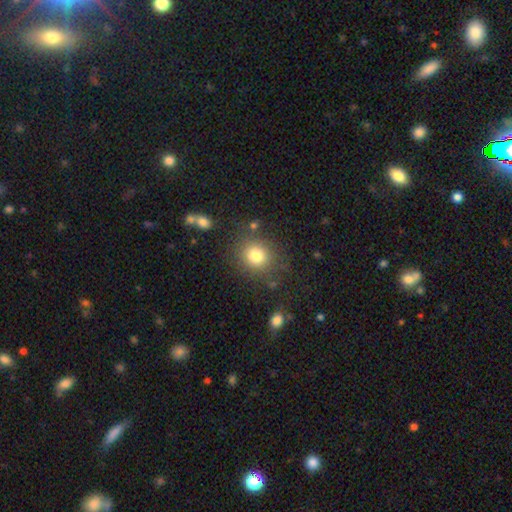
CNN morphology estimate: Smooth or featured?
  - smooth: 79% *
  - star or artifact: 12%
  - featured or disk: 8%
How rounded?
  - round: 82% *
  - in between: 18%
  - cigar-shaped: 1%
Merging?
  - none: 81% *
  - minor disturbance: 10%
  - major disturbance: 5%
  - merger: 4%